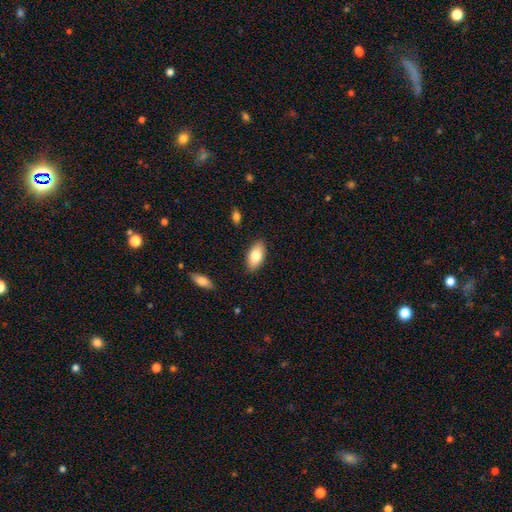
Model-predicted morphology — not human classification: Smooth or featured?
  - smooth: 79% *
  - featured or disk: 14%
  - star or artifact: 7%
How rounded?
  - in between: 92% *
  - cigar-shaped: 5%
  - round: 3%
Merging?
  - none: 87% *
  - minor disturbance: 10%
  - major disturbance: 2%
  - merger: 1%